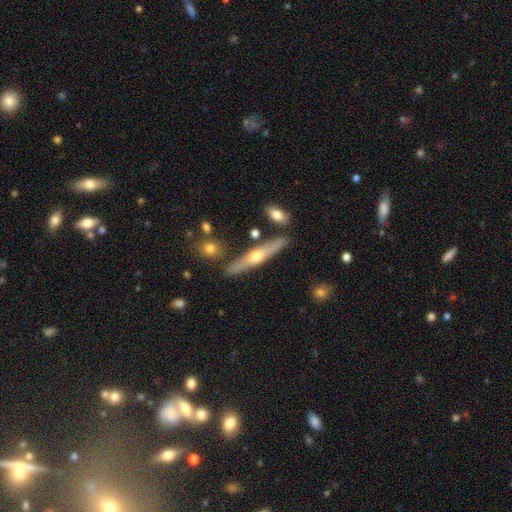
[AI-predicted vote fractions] Q: Smooth or featured?
A: featured or disk (61%); runner-up: smooth (33%)
Q: Edge-on disk?
A: yes (93%); runner-up: no (7%)
Q: Edge-on bulge?
A: rounded (91%); runner-up: none (6%)
Q: Merging?
A: none (82%); runner-up: minor disturbance (10%)